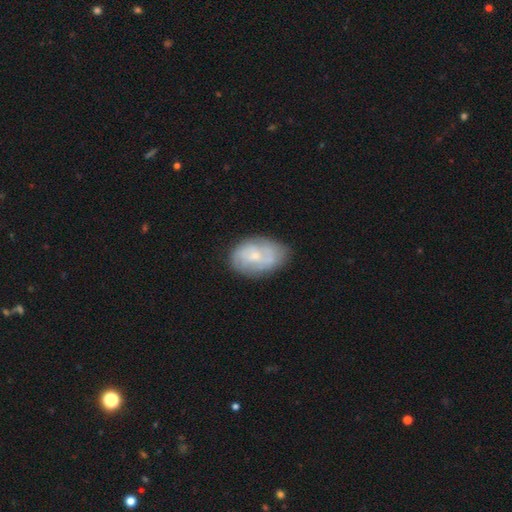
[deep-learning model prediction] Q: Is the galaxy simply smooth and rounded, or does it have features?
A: featured or disk — 57%.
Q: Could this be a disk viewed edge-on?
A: no — 96%.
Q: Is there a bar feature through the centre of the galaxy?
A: no — 63%.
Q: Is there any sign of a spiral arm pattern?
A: yes — 71%.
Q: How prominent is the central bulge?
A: small — 55%.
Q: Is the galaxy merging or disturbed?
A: none — 68%.